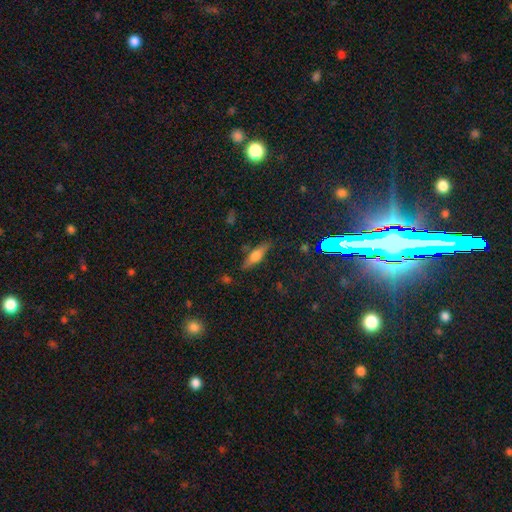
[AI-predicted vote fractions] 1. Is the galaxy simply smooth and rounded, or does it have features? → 50% smooth, 40% featured or disk, 10% star or artifact.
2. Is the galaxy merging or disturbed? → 79% none, 15% minor disturbance, 4% major disturbance, 2% merger.